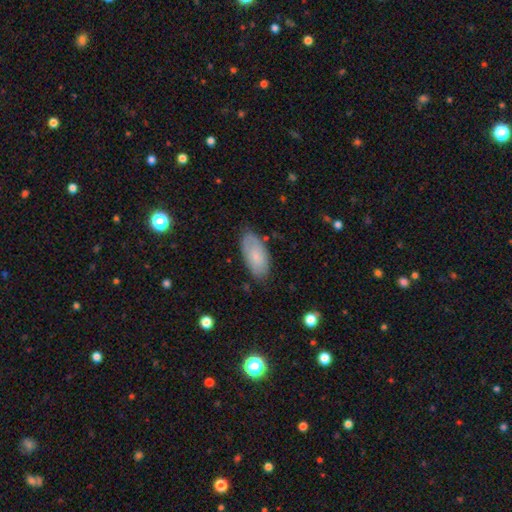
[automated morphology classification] Smooth or featured?
  - smooth: 72% *
  - featured or disk: 21%
  - star or artifact: 7%
How rounded?
  - in between: 92% *
  - cigar-shaped: 5%
  - round: 2%
Merging?
  - none: 77% *
  - minor disturbance: 18%
  - major disturbance: 4%
  - merger: 2%